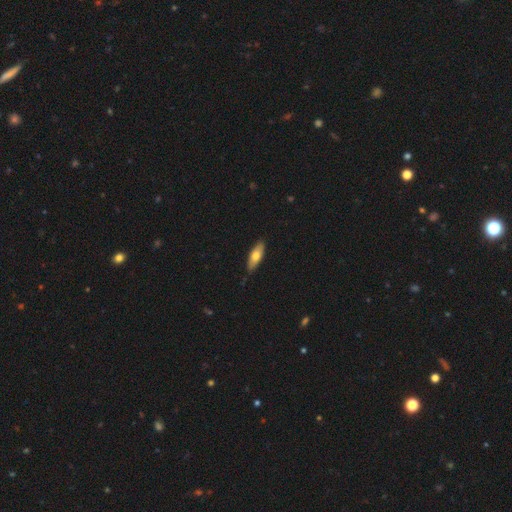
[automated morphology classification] Q: Smooth or featured?
A: smooth (65%); runner-up: featured or disk (30%)
Q: How rounded?
A: in between (62%); runner-up: cigar-shaped (36%)
Q: Merging?
A: none (84%); runner-up: minor disturbance (13%)